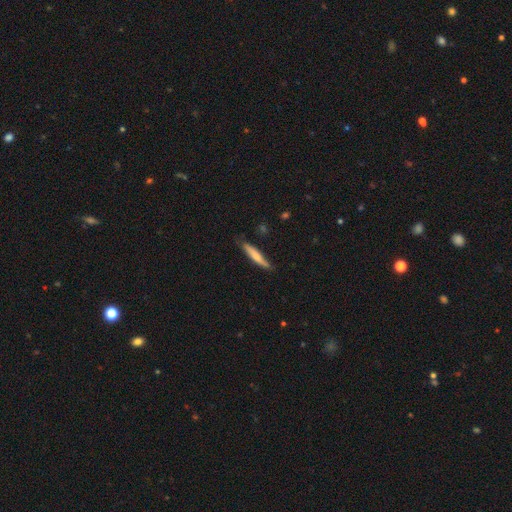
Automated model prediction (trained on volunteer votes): This appears to be a smooth galaxy with no disk features (68%) that is cigar-shaped (91%). Merging: none (76%).